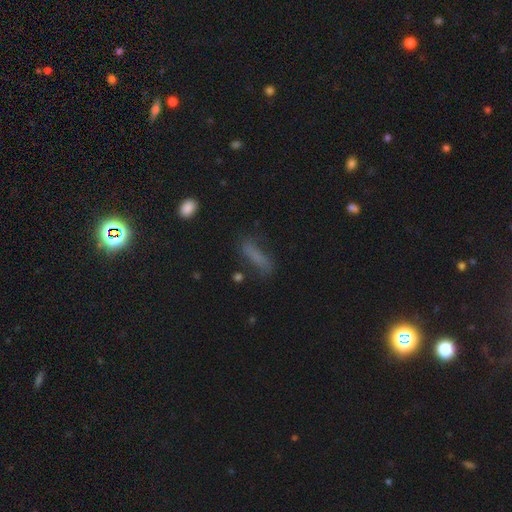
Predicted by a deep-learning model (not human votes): smooth-or-featured: smooth: 64% | featured or disk: 22% | star or artifact: 14%
  how-rounded: cigar-shaped: 71% | in between: 26% | round: 3%
  merging: none: 64% | minor disturbance: 22% | major disturbance: 10% | merger: 4%